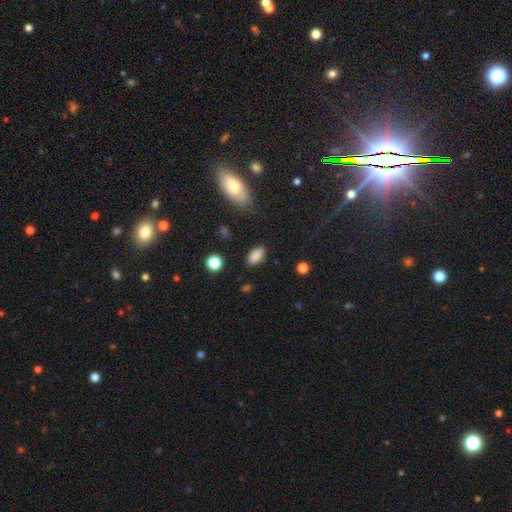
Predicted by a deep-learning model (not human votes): Smooth or featured? smooth (87%)
How rounded? in between (92%)
Merging? none (85%)